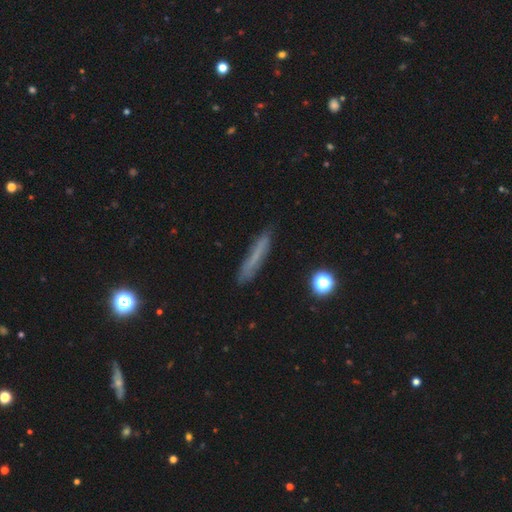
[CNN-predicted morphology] Smooth or featured: smooth — 63% (featured or disk — 27%)
How rounded: cigar-shaped — 93% (in between — 5%)
Merging: none — 81% (minor disturbance — 14%)